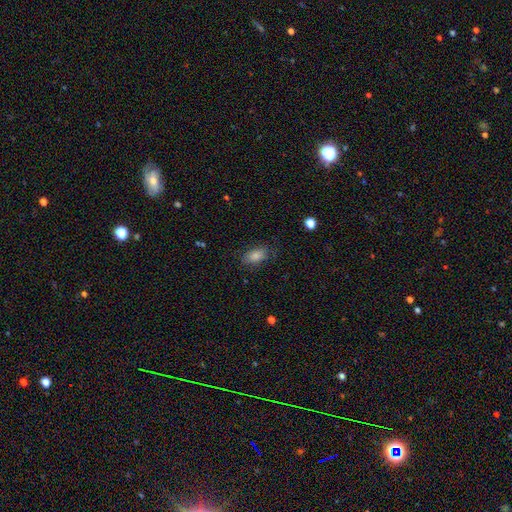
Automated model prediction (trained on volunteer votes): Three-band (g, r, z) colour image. It shows a smooth galaxy with no disk features (74%) that is in between round and cigar-shaped (85%). Merging: none (78%).